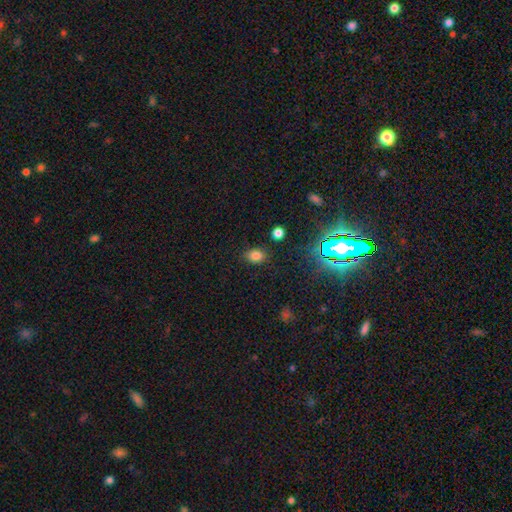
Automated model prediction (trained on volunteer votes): A smooth galaxy with no disk features (78%) that is in between round and cigar-shaped (70%).

Vote fractions:
- Smooth or featured? smooth: 78% / star or artifact: 16% / featured or disk: 6%
- How rounded? in between: 70% / round: 29% / cigar-shaped: 1%
- Merging? none: 84% / minor disturbance: 11% / major disturbance: 3% / merger: 3%